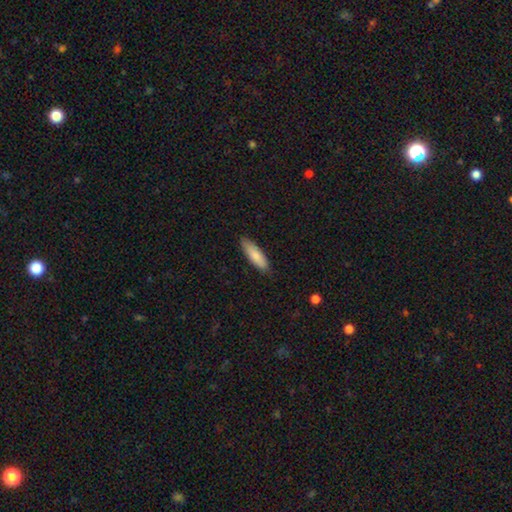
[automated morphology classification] Smooth or featured?
  - smooth: 84% *
  - featured or disk: 11%
  - star or artifact: 5%
How rounded?
  - cigar-shaped: 53% *
  - in between: 45%
  - round: 2%
Merging?
  - none: 84% *
  - minor disturbance: 13%
  - major disturbance: 2%
  - merger: 1%